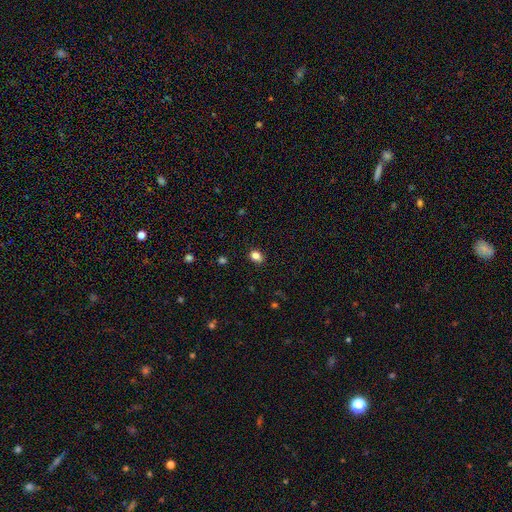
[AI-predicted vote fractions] Smooth or featured? Predicted: smooth (p=0.83). How rounded? Predicted: in between (p=0.60). Merging? Predicted: none (p=0.86).